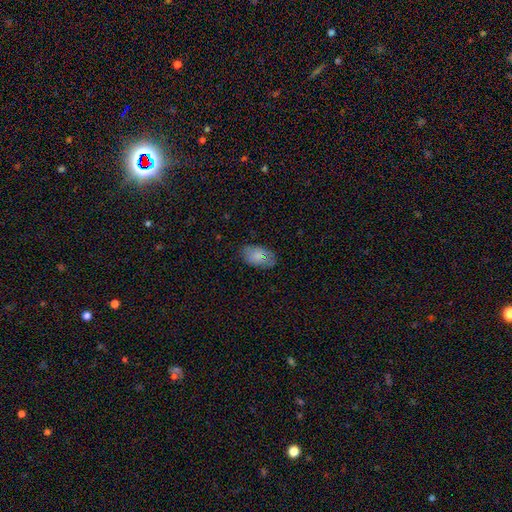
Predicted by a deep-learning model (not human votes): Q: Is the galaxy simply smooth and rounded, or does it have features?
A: smooth — 82%.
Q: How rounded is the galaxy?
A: in between — 94%.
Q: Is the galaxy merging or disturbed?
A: none — 80%.